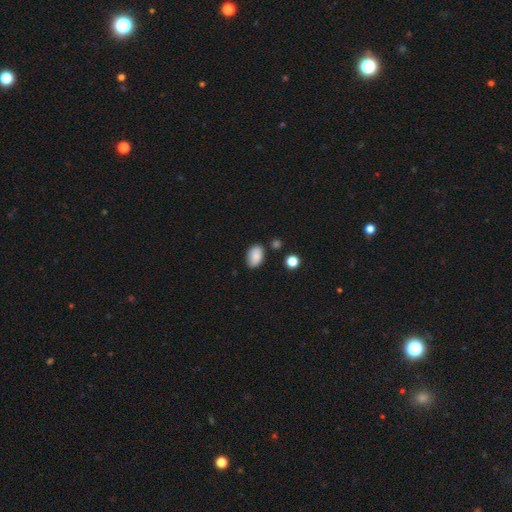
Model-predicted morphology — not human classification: Overall: smooth (85%). How rounded: in between (88%). Merging: none (75%).